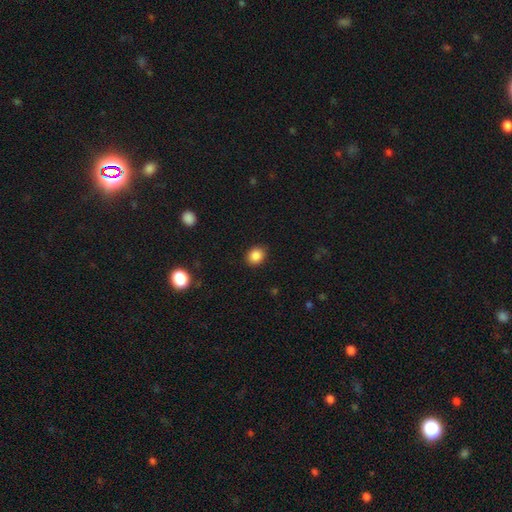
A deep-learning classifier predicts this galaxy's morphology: type=smooth (87%); roundness=round (64%); merging=none (88%).